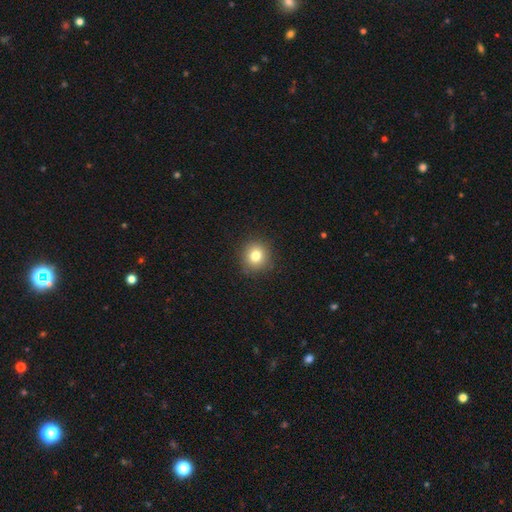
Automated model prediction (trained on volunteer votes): The model was most divided on "smooth or featured": smooth: 80%, star or artifact: 12%, featured or disk: 8%. More confident: how rounded — round (90%); merging — none (90%).